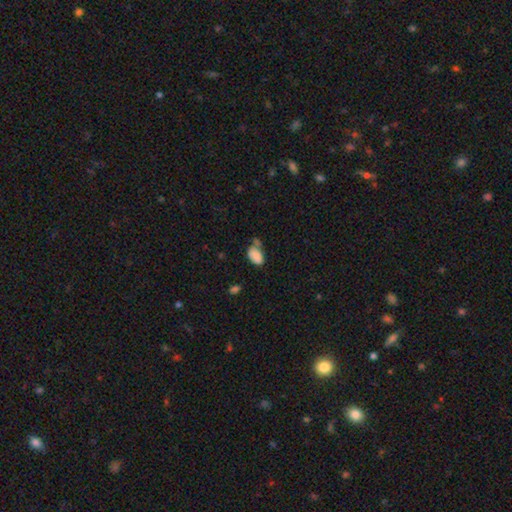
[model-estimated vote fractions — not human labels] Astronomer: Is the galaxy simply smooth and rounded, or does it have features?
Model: smooth — 84%.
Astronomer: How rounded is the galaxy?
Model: in between — 92%.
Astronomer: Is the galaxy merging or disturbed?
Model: none — 43% (runner-up: minor disturbance, 27%).